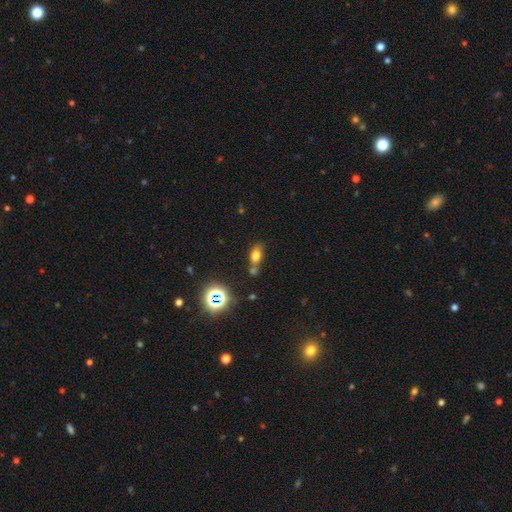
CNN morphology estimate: A smooth galaxy with no disk features (69%) that is in between round and cigar-shaped (78%). Merging: none (52%).